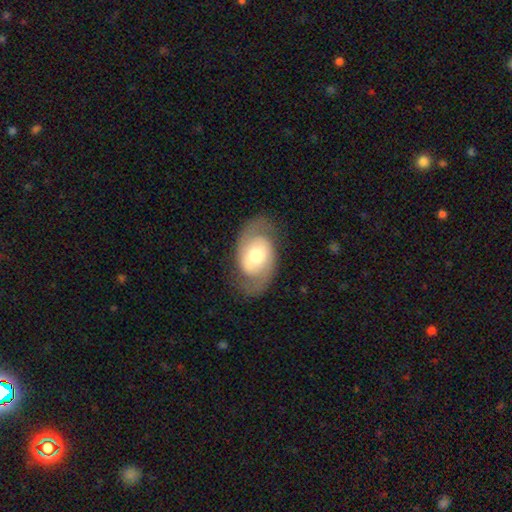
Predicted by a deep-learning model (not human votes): A featured or disk galaxy (72%) with no bar (51%), 2 (87%) medium (48%) spiral arms (86%) and a moderate central bulge (62%).

Vote fractions:
- Smooth or featured? featured or disk: 72% / smooth: 23% / star or artifact: 6%
- Edge-on disk? no: 95% / yes: 5%
- Bar? no: 51% / weak: 35% / strong: 14%
- Spiral arms? yes: 86% / no: 14%
- Spiral winding? medium: 48% / tight: 29% / loose: 23%
- Spiral arm count? 2: 87% / can't tell: 7% / 1: 2% / 3: 1% / 4: 1% / more than 4: 1%
- Bulge size? moderate: 62% / small: 18% / large: 17% / dominant: 2% / none: 1%
- Merging? none: 77% / minor disturbance: 14% / major disturbance: 8% / merger: 1%